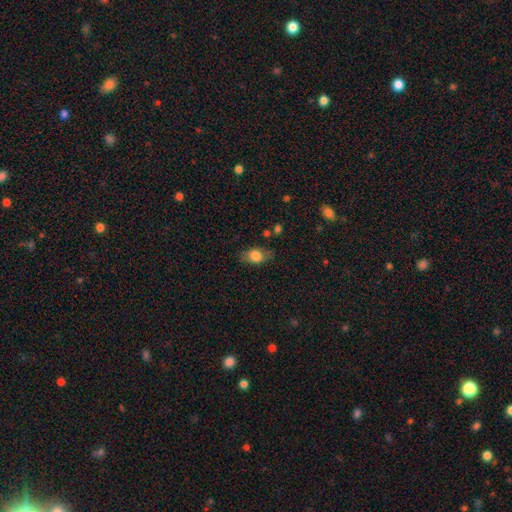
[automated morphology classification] A smooth galaxy with no disk features (75%) that is in between round and cigar-shaped (77%). Merging: none (74%).